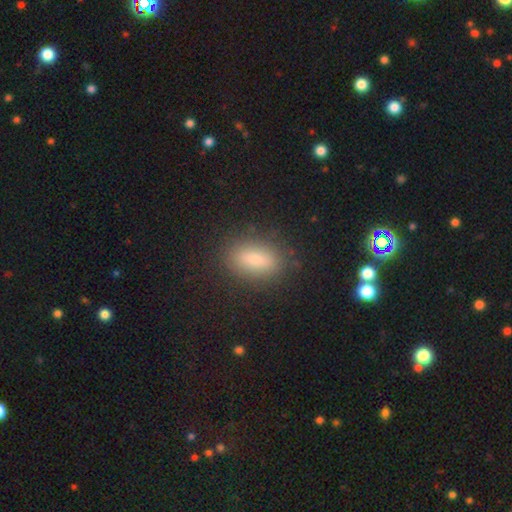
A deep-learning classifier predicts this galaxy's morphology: smooth-or-featured: smooth: 79% | featured or disk: 11% | star or artifact: 10%
  how-rounded: in between: 83% | cigar-shaped: 9% | round: 7%
  merging: none: 86% | minor disturbance: 10% | major disturbance: 3% | merger: 1%